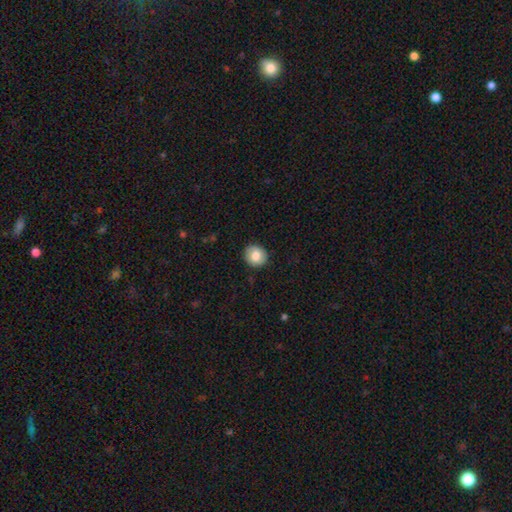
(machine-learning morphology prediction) Smooth or featured: smooth — 78% (featured or disk — 14%)
How rounded: round — 83% (in between — 16%)
Merging: none — 89% (minor disturbance — 8%)